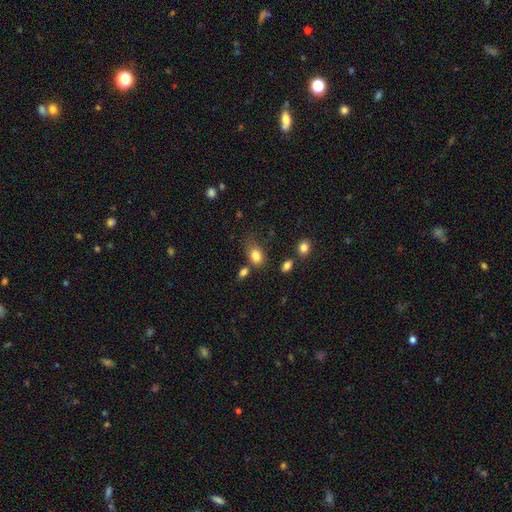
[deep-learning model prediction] Smooth or featured? Predicted: smooth (p=0.83). How rounded? Predicted: in between (p=0.75). Merging? Predicted: none (p=0.56).